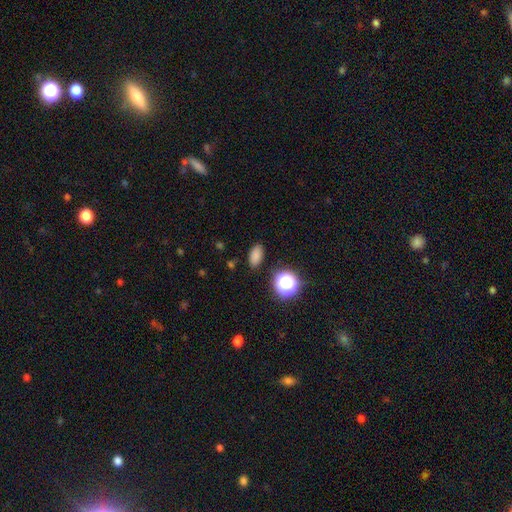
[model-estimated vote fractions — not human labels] A smooth galaxy with no disk features (80%) that is in between round and cigar-shaped (85%).

Vote fractions:
- Smooth or featured? smooth: 80% / star or artifact: 15% / featured or disk: 5%
- How rounded? in between: 85% / round: 12% / cigar-shaped: 3%
- Merging? none: 85% / minor disturbance: 10% / major disturbance: 3% / merger: 2%